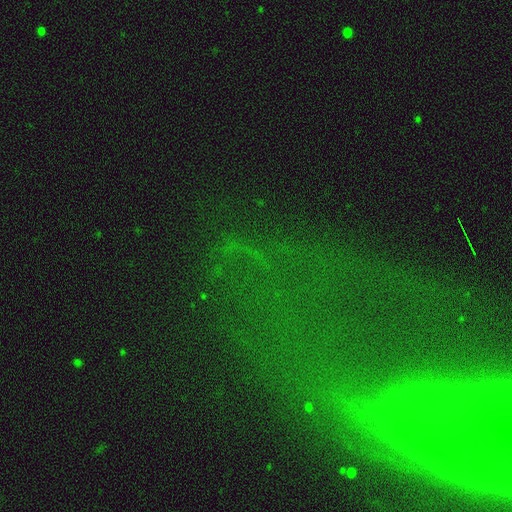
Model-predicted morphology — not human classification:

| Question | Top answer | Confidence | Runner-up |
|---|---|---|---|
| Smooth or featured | star or artifact | 71% | featured or disk (15%) |